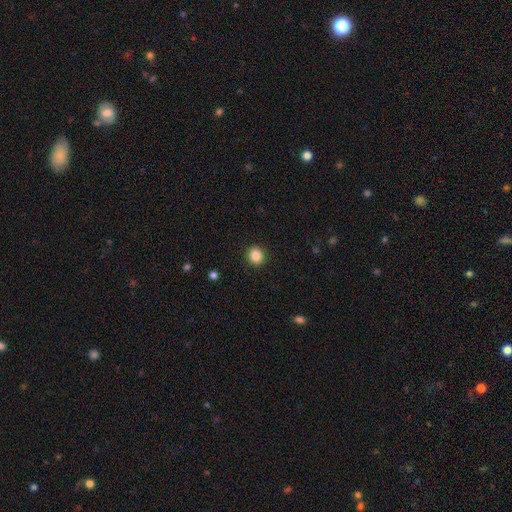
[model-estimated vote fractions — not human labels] Smooth or featured: smooth — 85% (star or artifact — 10%)
How rounded: round — 84% (in between — 15%)
Merging: none — 92% (minor disturbance — 5%)